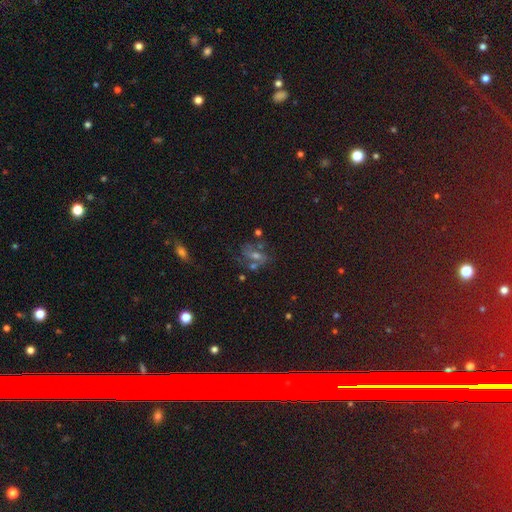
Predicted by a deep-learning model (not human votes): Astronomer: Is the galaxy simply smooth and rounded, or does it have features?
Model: star or artifact — 36%, tied with featured or disk at 36%.